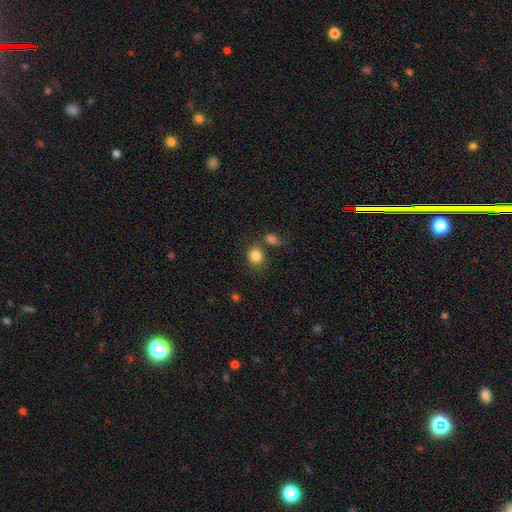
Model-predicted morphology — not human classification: Overall: smooth (84%). How rounded: round (69%; in between 30%). Merging: none (67%).